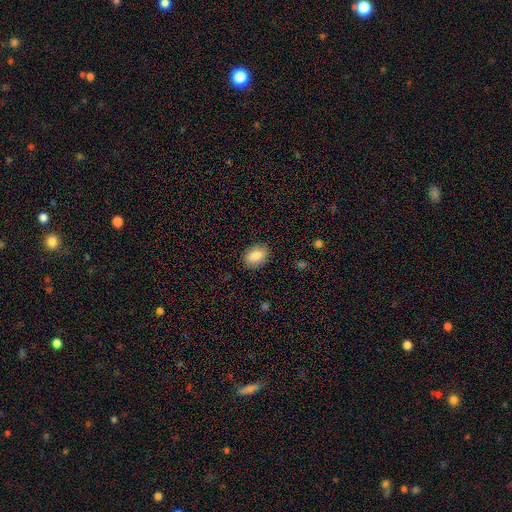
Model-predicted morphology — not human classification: Smooth or featured: smooth — 86% (star or artifact — 8%)
How rounded: in between — 75% (round — 24%)
Merging: none — 83% (minor disturbance — 13%)